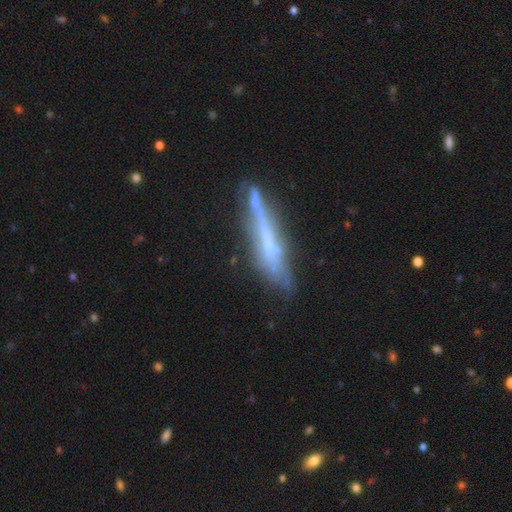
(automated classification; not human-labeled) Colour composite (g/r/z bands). It shows a featured or disk galaxy (62%) viewed edge-on (88%) with no central bulge (75%). Merging: none (67%).